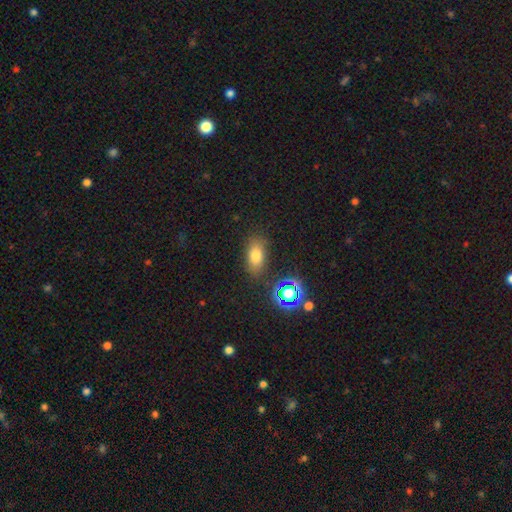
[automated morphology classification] The model was most divided on "smooth or featured": smooth: 73%, star or artifact: 17%, featured or disk: 10%. More confident: how rounded — in between (83%); merging — none (82%).